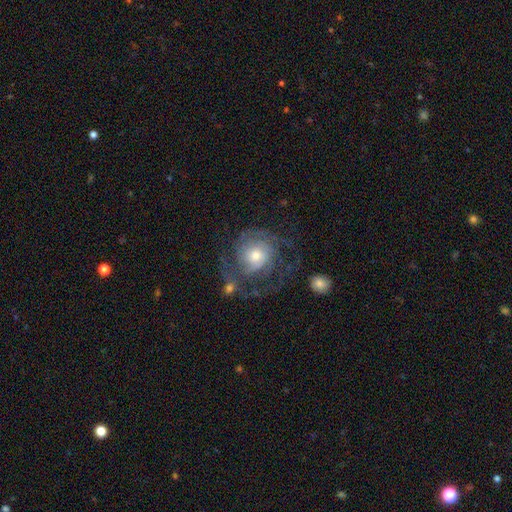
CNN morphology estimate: Smooth or featured? featured or disk (77%)
Edge-on disk? no (98%)
Bar? no (72%)
Spiral arms? yes (91%)
Spiral winding? tight (52%)
Spiral arm count? can't tell (33%)
Bulge size? moderate (56%)
Merging? none (56%)